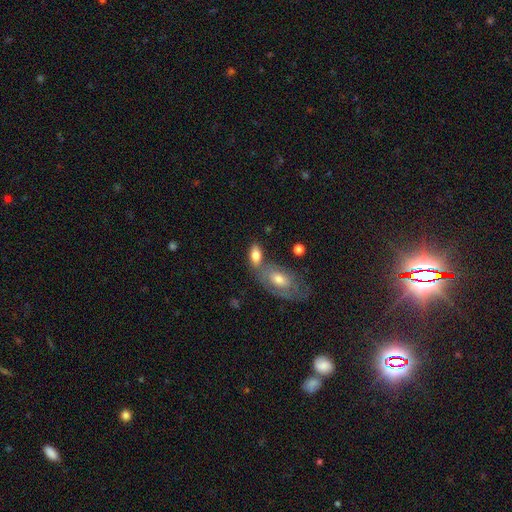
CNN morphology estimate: Smooth or featured? Predicted: smooth (p=0.75). How rounded? Predicted: in between (p=0.88). Merging? Predicted: none (p=0.46).